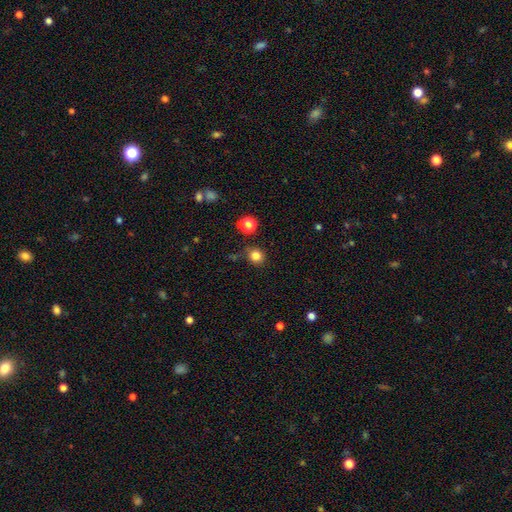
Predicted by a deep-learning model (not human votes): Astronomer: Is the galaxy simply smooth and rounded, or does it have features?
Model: smooth — 82%.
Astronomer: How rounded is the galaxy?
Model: round — 87%.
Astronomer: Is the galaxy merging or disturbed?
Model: none — 81%.